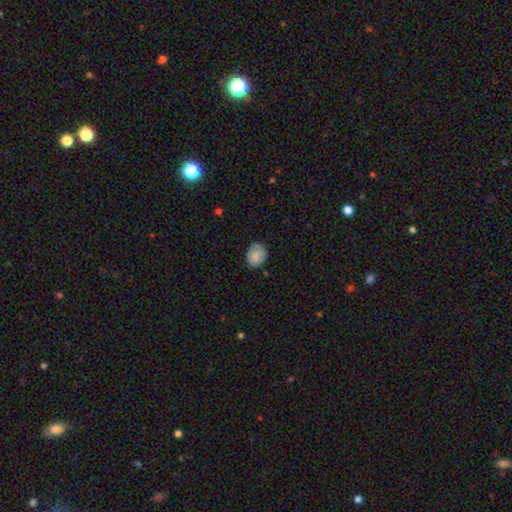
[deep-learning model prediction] Smooth or featured?
  - smooth: 83% *
  - featured or disk: 9%
  - star or artifact: 8%
How rounded?
  - in between: 53% *
  - round: 46%
  - cigar-shaped: 1%
Merging?
  - none: 72% *
  - minor disturbance: 22%
  - major disturbance: 4%
  - merger: 1%